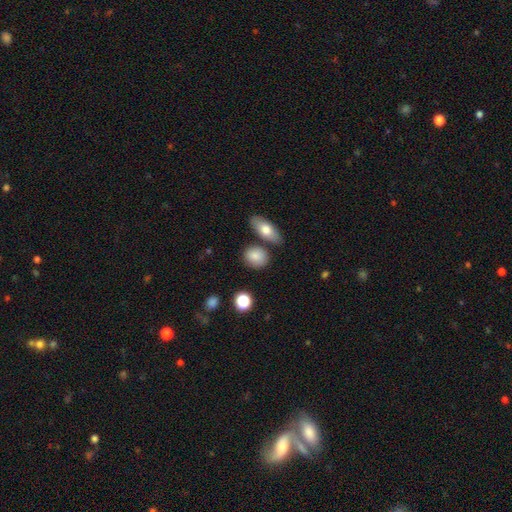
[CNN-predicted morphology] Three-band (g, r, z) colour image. It shows a smooth galaxy with no disk features (84%) that is round (54%). Merging: none (75%).